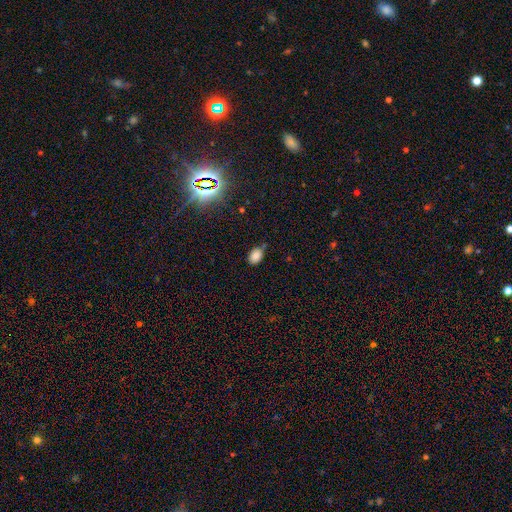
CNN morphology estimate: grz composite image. It shows a smooth galaxy with no disk features (83%) that is in between round and cigar-shaped (80%). Merging: none (65%).